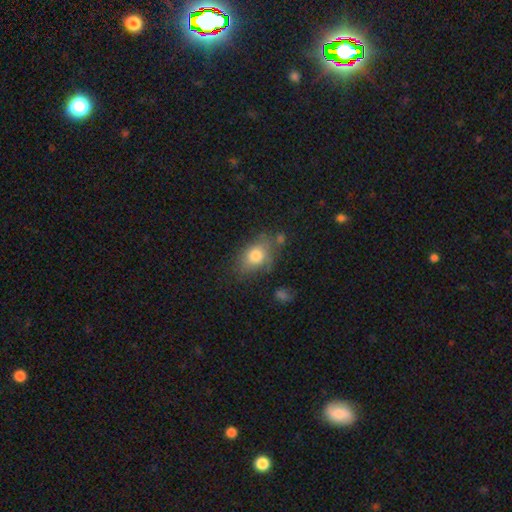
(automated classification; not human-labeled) smooth-or-featured: smooth: 76% | featured or disk: 14% | star or artifact: 9%
  how-rounded: in between: 73% | round: 25% | cigar-shaped: 2%
  merging: none: 58% | minor disturbance: 25% | major disturbance: 10% | merger: 6%